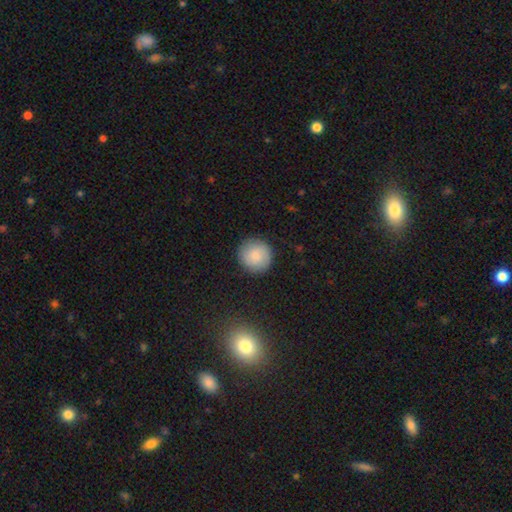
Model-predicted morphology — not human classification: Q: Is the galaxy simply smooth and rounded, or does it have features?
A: smooth — 81%.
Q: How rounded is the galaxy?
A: round — 94%.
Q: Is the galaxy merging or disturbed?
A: none — 90%.